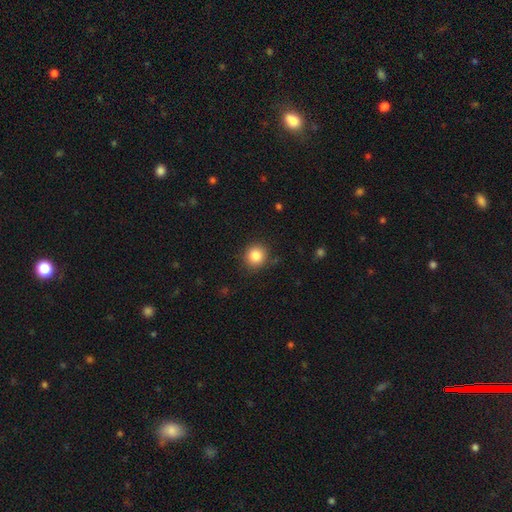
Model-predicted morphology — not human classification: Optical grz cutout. It shows a smooth galaxy with no disk features (85%) that is round (90%). Merging: none (87%).